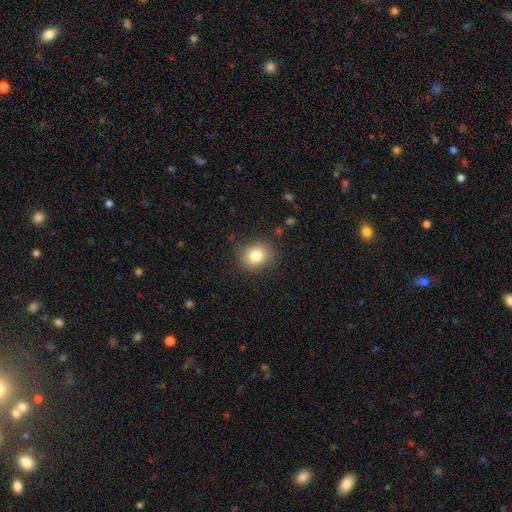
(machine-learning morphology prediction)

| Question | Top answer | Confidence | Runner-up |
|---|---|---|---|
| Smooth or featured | smooth | 81% | star or artifact (11%) |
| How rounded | round | 66% | in between (33%) |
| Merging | none | 86% | minor disturbance (10%) |